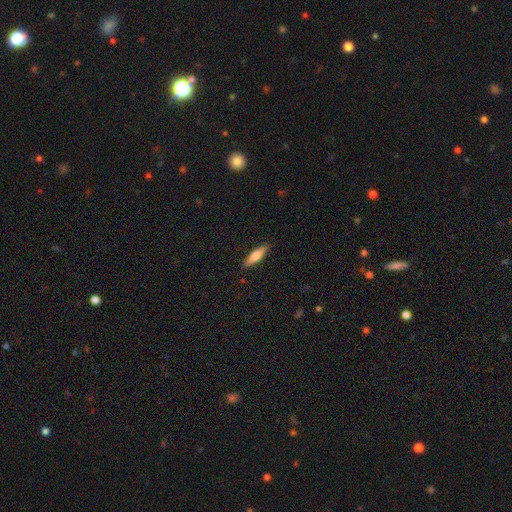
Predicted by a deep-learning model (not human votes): Q: Smooth or featured?
A: smooth (58%); runner-up: featured or disk (36%)
Q: How rounded?
A: cigar-shaped (72%); runner-up: in between (26%)
Q: Merging?
A: none (89%); runner-up: minor disturbance (9%)